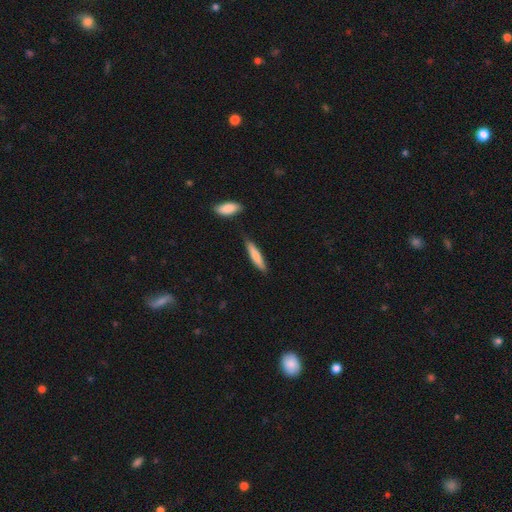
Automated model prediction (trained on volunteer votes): smooth_or_featured: smooth (p=0.78) [alt: featured or disk p=0.17]
how_rounded: cigar-shaped (p=0.86) [alt: in between p=0.12]
merging: none (p=0.82) [alt: minor disturbance p=0.13]